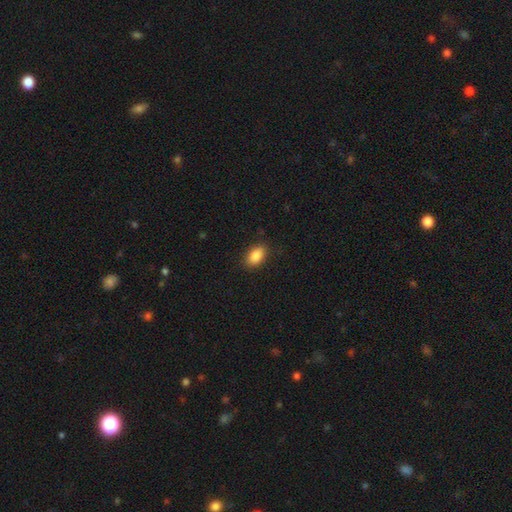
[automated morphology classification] Q: Smooth or featured?
A: smooth (87%); runner-up: star or artifact (8%)
Q: How rounded?
A: in between (90%); runner-up: round (8%)
Q: Merging?
A: none (88%); runner-up: minor disturbance (9%)